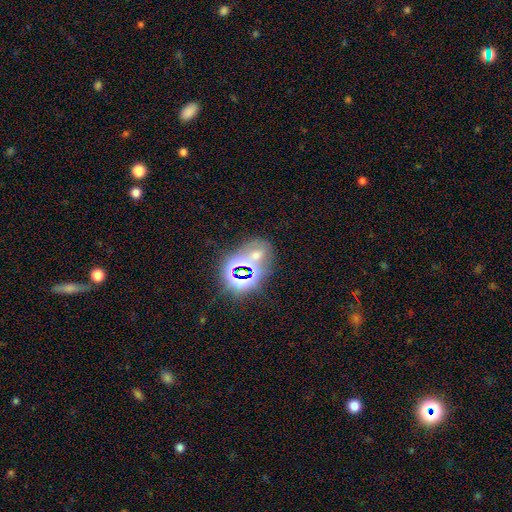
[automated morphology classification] Smooth or featured: star or artifact — 52% (smooth — 34%)